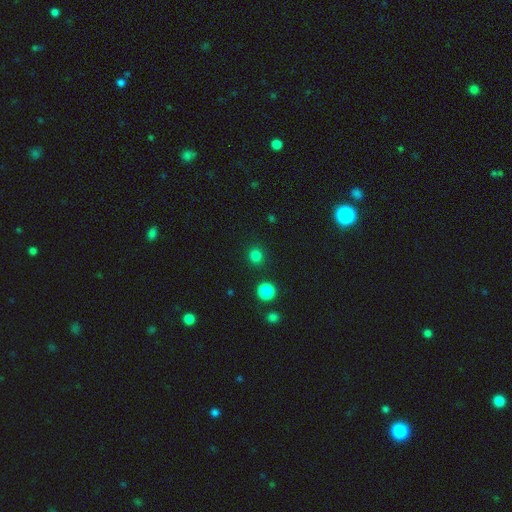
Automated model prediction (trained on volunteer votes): Morphology: type=smooth (82%); roundness=round (91%); merging=none (90%).